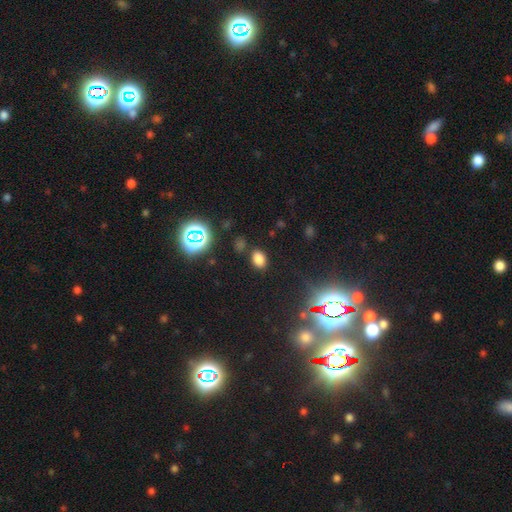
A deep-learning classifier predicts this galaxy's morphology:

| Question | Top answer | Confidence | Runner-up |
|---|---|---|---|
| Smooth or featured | star or artifact | 68% | smooth (23%) |